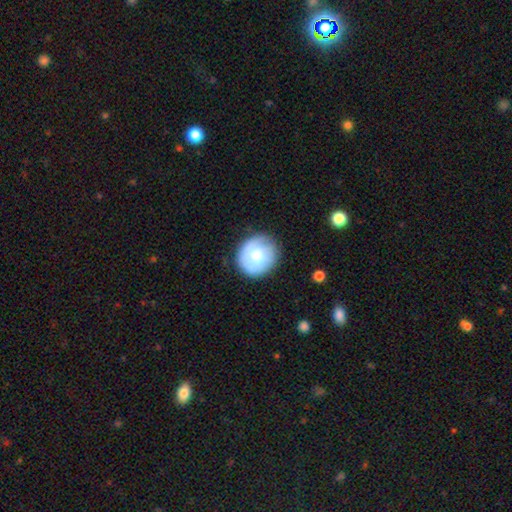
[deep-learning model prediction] smooth-or-featured: smooth: 69% | featured or disk: 25% | star or artifact: 6%
  how-rounded: round: 88% | in between: 12% | cigar-shaped: 1%
  merging: none: 78% | minor disturbance: 16% | major disturbance: 5% | merger: 2%